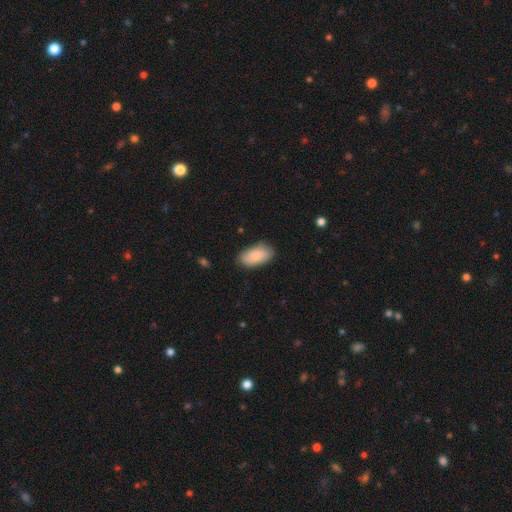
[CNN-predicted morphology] Overall: smooth (87%). How rounded: in between (94%). Merging: none (84%).